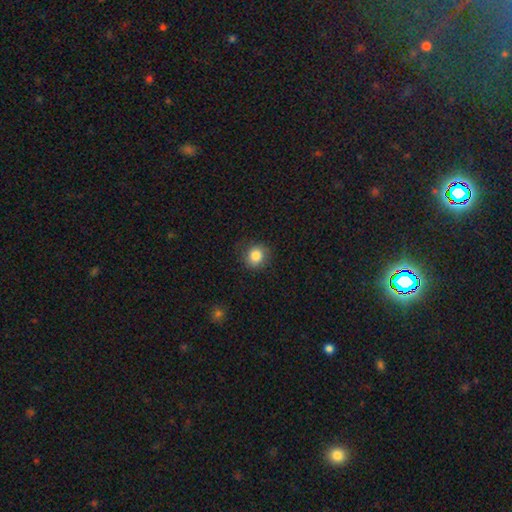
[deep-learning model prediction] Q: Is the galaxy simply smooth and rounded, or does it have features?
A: smooth — 84%.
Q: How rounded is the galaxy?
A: round — 83%.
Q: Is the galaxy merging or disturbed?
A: none — 84%.